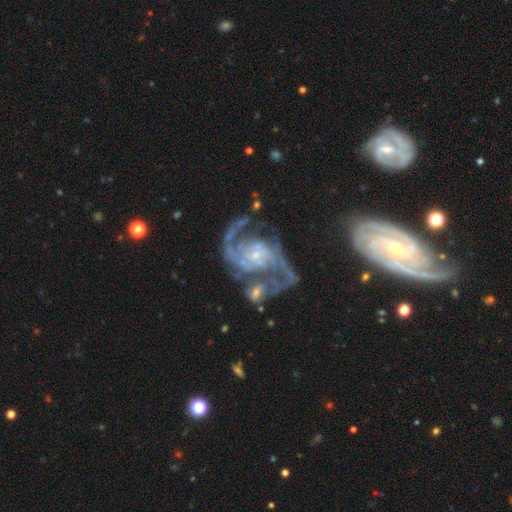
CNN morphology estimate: The model was most divided on "merging": none: 41%, merger: 23%, major disturbance: 19%, minor disturbance: 17%. More confident: edge-on disk — no (98%); spiral arms — yes (98%); smooth or featured — featured or disk (92%); spiral arm count — 2 (81%); bulge size — small (72%); bar — no (55%); spiral winding — medium (54%).